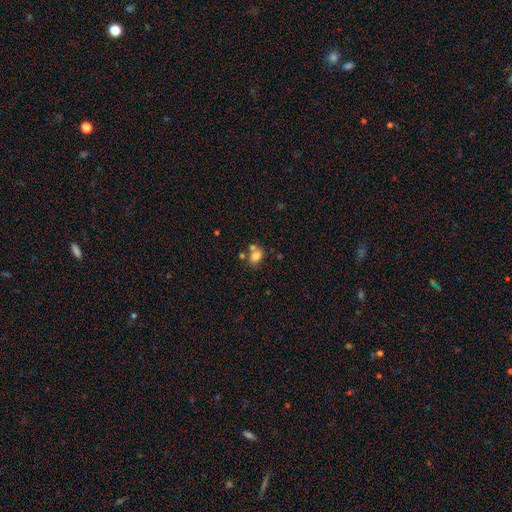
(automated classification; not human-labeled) Smooth or featured? smooth (78%)
How rounded? in between (69%)
Merging? none (50%)